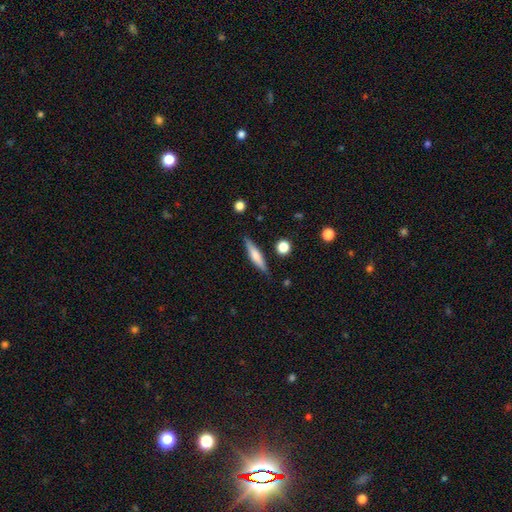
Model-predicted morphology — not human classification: A smooth galaxy with no disk features (61%) that is cigar-shaped (83%). Merging: none (85%).